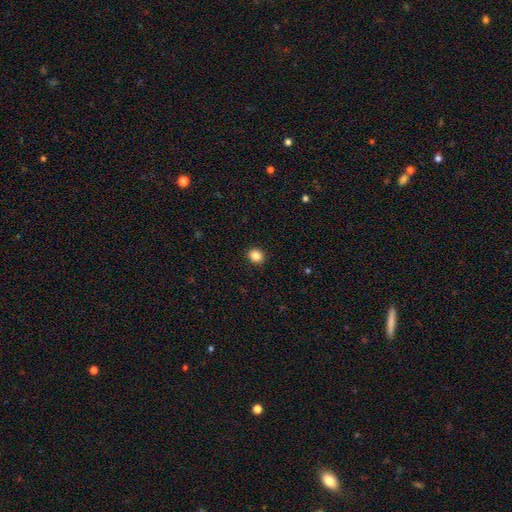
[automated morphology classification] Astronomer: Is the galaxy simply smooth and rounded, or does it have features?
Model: smooth — 86%.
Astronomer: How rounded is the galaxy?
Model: round — 72%.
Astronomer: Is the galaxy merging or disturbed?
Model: none — 92%.